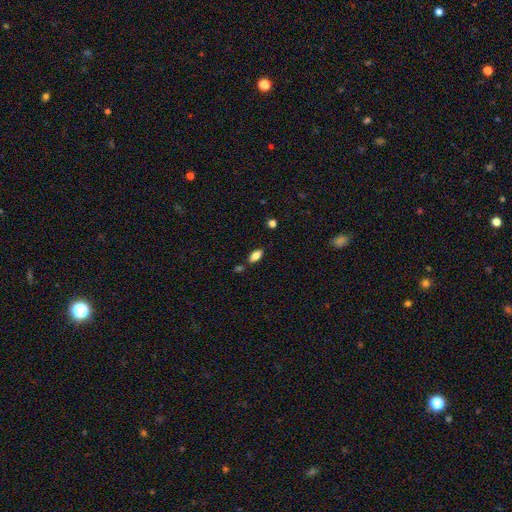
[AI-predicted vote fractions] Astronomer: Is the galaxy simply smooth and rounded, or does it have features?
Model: smooth — 83%.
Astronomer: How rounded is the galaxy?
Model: in between — 89%.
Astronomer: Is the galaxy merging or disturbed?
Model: none — 78%.